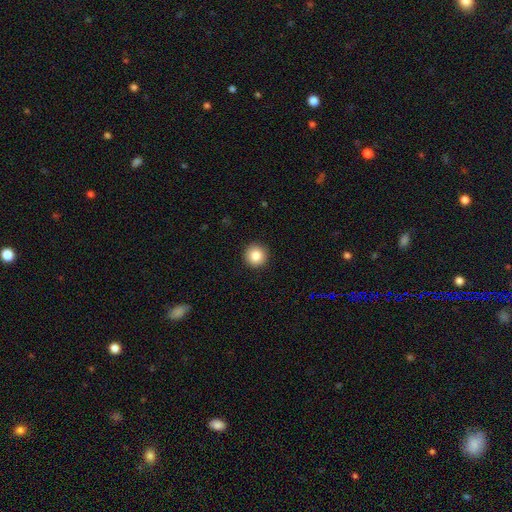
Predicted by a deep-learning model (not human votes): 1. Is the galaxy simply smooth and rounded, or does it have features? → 85% smooth, 9% star or artifact, 6% featured or disk.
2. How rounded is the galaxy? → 96% round, 3% in between, 1% cigar-shaped.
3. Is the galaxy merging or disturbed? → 93% none, 5% minor disturbance, 1% major disturbance, 1% merger.